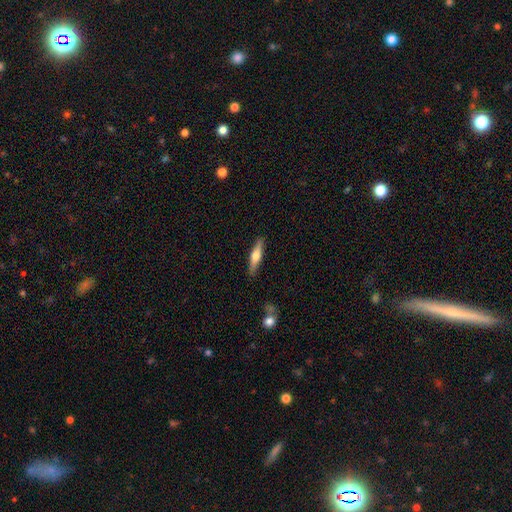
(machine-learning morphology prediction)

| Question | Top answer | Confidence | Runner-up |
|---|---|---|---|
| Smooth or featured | smooth | 48% | featured or disk (47%) |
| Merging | none | 88% | minor disturbance (8%) |